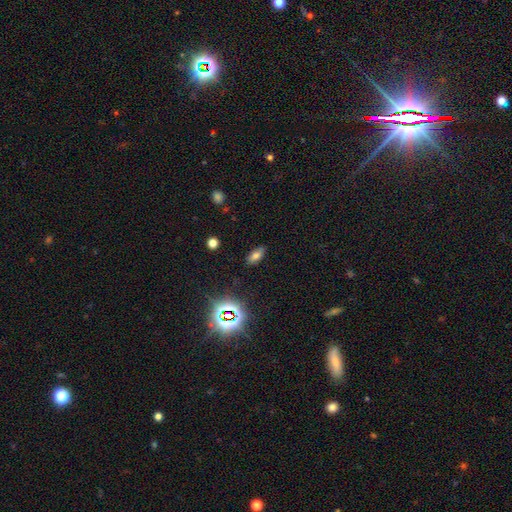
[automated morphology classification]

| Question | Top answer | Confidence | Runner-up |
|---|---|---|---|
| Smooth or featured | smooth | 66% | star or artifact (20%) |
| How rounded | in between | 82% | cigar-shaped (13%) |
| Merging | none | 83% | minor disturbance (12%) |